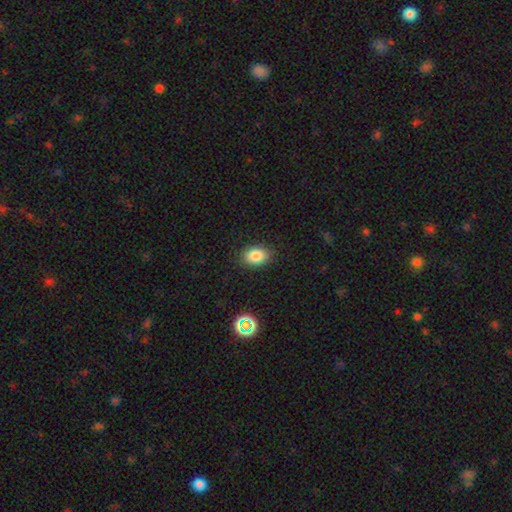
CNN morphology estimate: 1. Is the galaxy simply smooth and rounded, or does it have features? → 85% smooth, 10% star or artifact, 5% featured or disk.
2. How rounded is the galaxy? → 79% in between, 20% round, 1% cigar-shaped.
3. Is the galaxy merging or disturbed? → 87% none, 10% minor disturbance, 3% major disturbance, 1% merger.